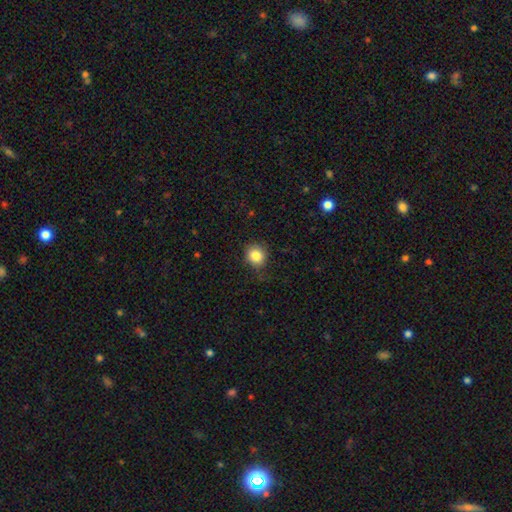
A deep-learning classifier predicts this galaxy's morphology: Smooth or featured: smooth — 84% (star or artifact — 10%)
How rounded: round — 84% (in between — 15%)
Merging: none — 78% (minor disturbance — 16%)